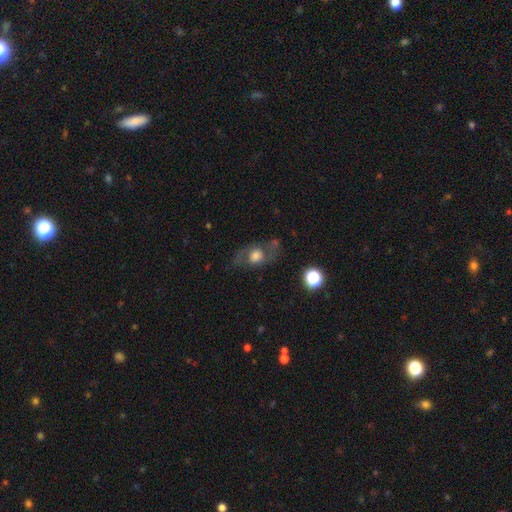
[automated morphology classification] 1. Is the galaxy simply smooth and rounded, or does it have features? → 46% featured or disk, 44% smooth, 10% star or artifact.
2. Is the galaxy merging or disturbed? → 64% none, 18% minor disturbance, 15% major disturbance, 4% merger.